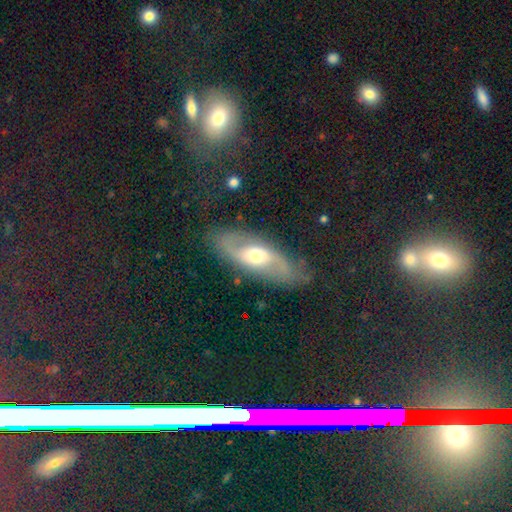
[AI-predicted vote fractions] Overall: featured or disk (75%). Edge-on disk: no (88%). Bar: no (54%; weak 33%). Spiral arms: yes (85%). Spiral arm count: 2 (87%). Spiral winding: medium (41%, tied with loose). Bulge size: moderate (64%; small 24%). Merging: none (76%).